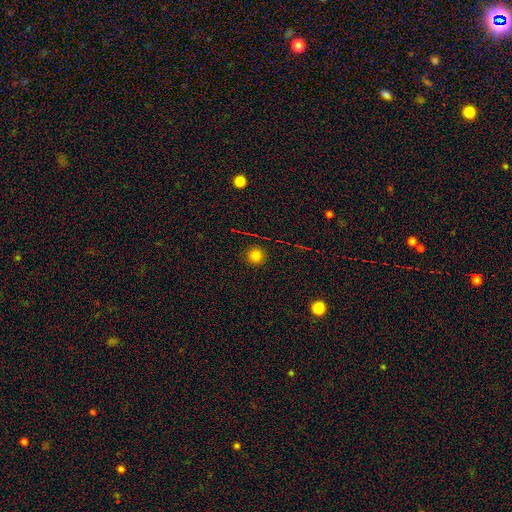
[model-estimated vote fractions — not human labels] Overall: smooth (78%). How rounded: round (95%). Merging: none (91%).